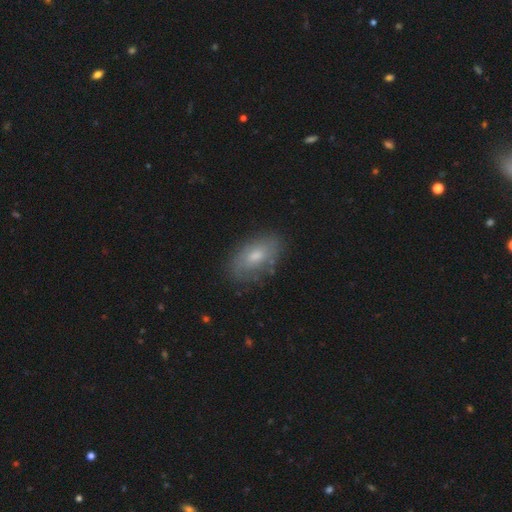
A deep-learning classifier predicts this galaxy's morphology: Q: Smooth or featured?
A: smooth (56%); runner-up: featured or disk (36%)
Q: How rounded?
A: in between (91%); runner-up: round (6%)
Q: Merging?
A: none (75%); runner-up: minor disturbance (18%)